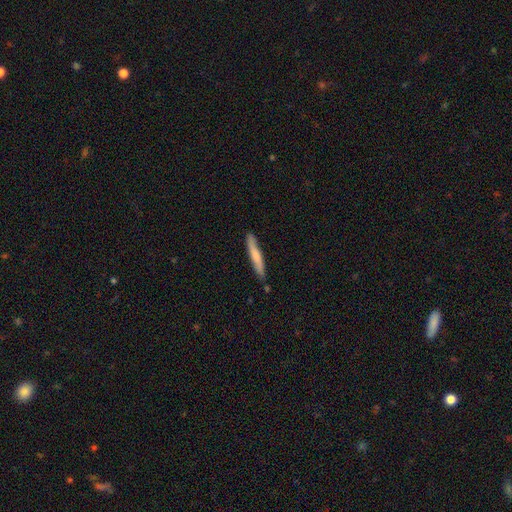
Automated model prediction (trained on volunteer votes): Morphology: type=smooth (66%); roundness=cigar-shaped (94%); merging=none (82%).